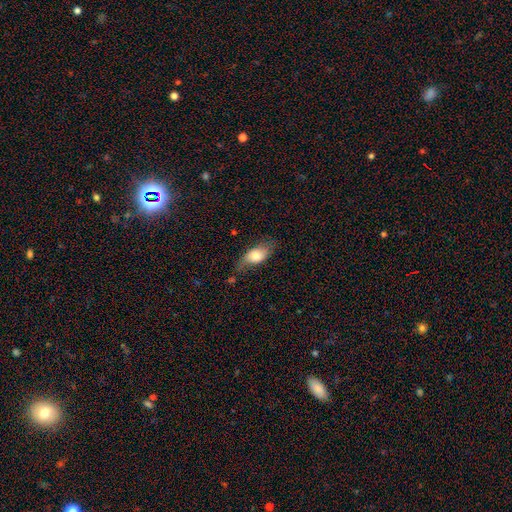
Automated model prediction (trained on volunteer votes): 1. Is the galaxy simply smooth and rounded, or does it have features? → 72% smooth, 21% featured or disk, 7% star or artifact.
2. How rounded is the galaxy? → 87% in between, 7% cigar-shaped, 6% round.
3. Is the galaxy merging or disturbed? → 57% none, 29% minor disturbance, 11% major disturbance, 3% merger.